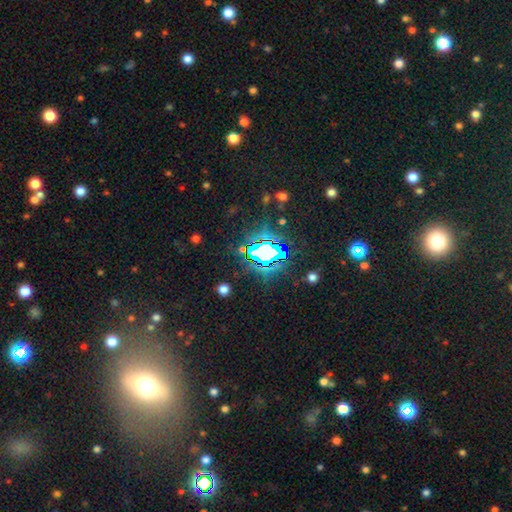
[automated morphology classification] star or artifact 68%, smooth 19%, featured or disk 14%.